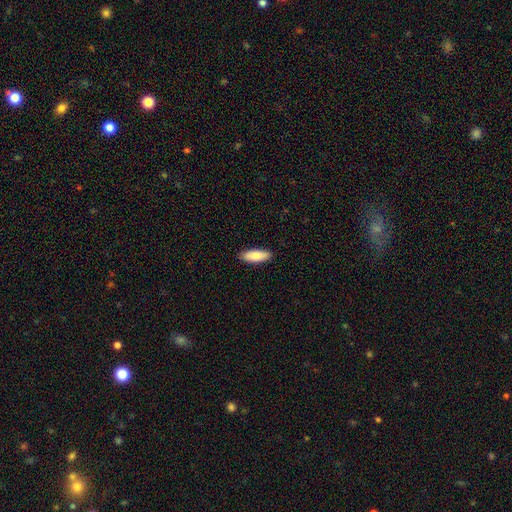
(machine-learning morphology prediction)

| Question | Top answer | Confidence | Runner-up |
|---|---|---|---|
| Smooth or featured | smooth | 82% | featured or disk (13%) |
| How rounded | in between | 66% | cigar-shaped (32%) |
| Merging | none | 90% | minor disturbance (8%) |